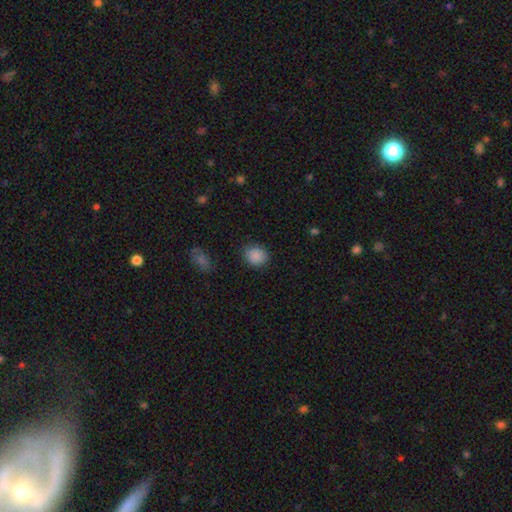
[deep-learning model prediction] Smooth or featured? smooth (88%)
How rounded? round (74%)
Merging? none (86%)